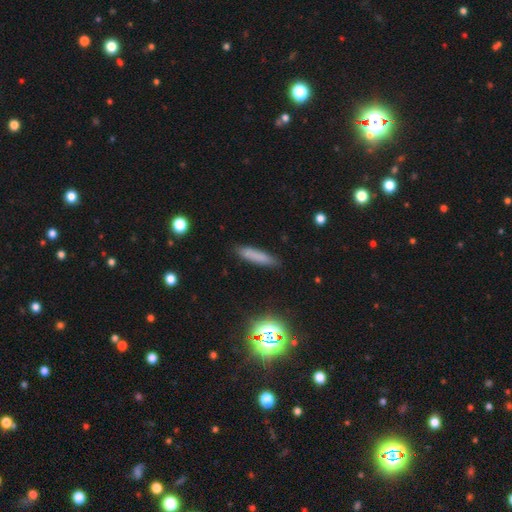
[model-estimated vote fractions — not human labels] A smooth galaxy with no disk features (78%) that is cigar-shaped (80%).

Vote fractions:
- Smooth or featured? smooth: 78% / star or artifact: 12% / featured or disk: 11%
- How rounded? cigar-shaped: 80% / in between: 18% / round: 2%
- Merging? none: 86% / minor disturbance: 10% / major disturbance: 2% / merger: 1%